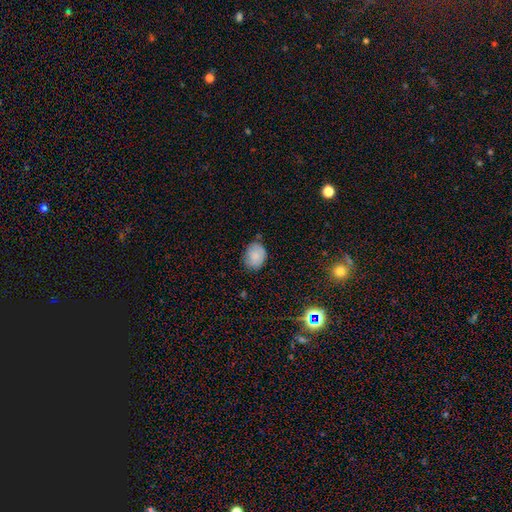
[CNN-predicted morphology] The model was most divided on "how rounded": in between: 58%, round: 41%, cigar-shaped: 1%. More confident: smooth or featured — smooth (84%); merging — none (74%).